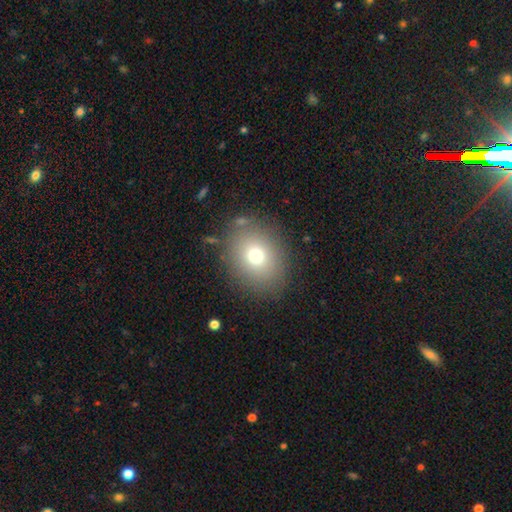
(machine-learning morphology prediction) Q: Smooth or featured?
A: smooth (72%); runner-up: star or artifact (15%)
Q: How rounded?
A: round (55%); runner-up: in between (44%)
Q: Merging?
A: none (83%); runner-up: minor disturbance (10%)